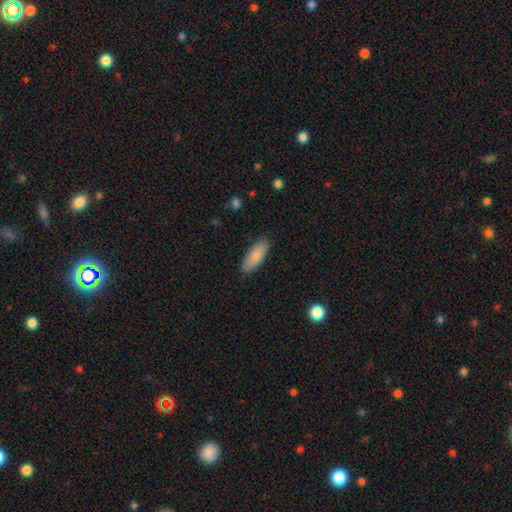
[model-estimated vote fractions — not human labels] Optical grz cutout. It shows a smooth galaxy with no disk features (84%) that is in between round and cigar-shaped (74%). Merging: none (85%).